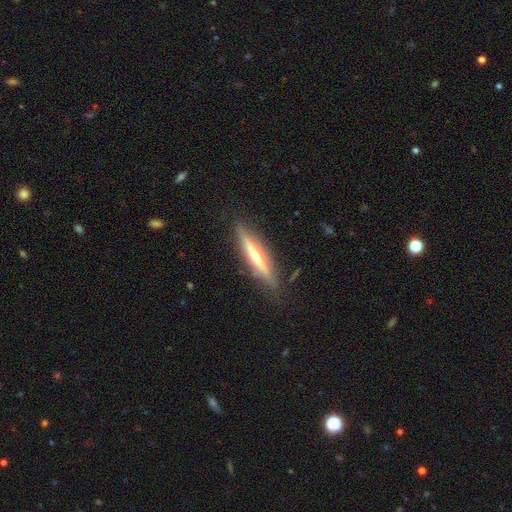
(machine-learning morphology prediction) Smooth or featured: featured or disk — 60% (smooth — 34%)
Edge-on disk: yes — 93% (no — 7%)
Edge-on bulge: rounded — 71% (none — 22%)
Merging: none — 86% (minor disturbance — 11%)